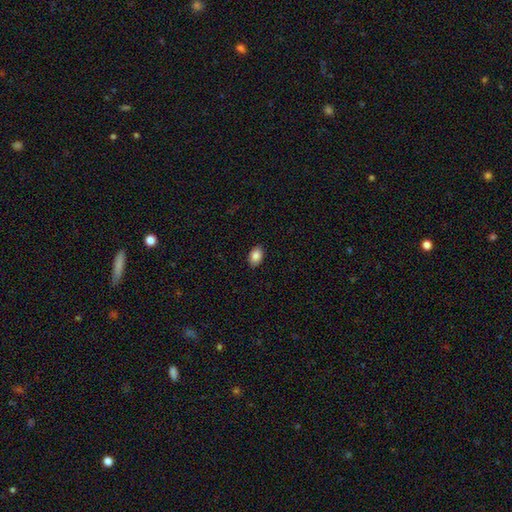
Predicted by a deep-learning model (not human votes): smooth 87%, star or artifact 8%, featured or disk 5%. Down the decision tree: how rounded — in between (84%); merging — none (89%).